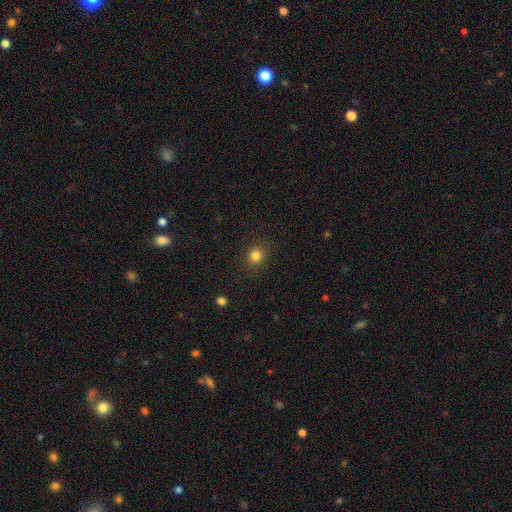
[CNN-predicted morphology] smooth_or_featured: smooth (p=0.82) [alt: star or artifact p=0.13]
how_rounded: round (p=0.83) [alt: in between p=0.16]
merging: none (p=0.88) [alt: minor disturbance p=0.08]